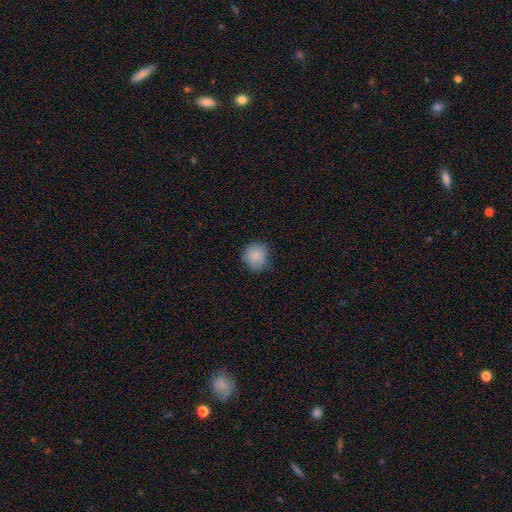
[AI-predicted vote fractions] Q: Smooth or featured?
A: smooth (87%); runner-up: star or artifact (8%)
Q: How rounded?
A: round (82%); runner-up: in between (17%)
Q: Merging?
A: none (74%); runner-up: minor disturbance (21%)